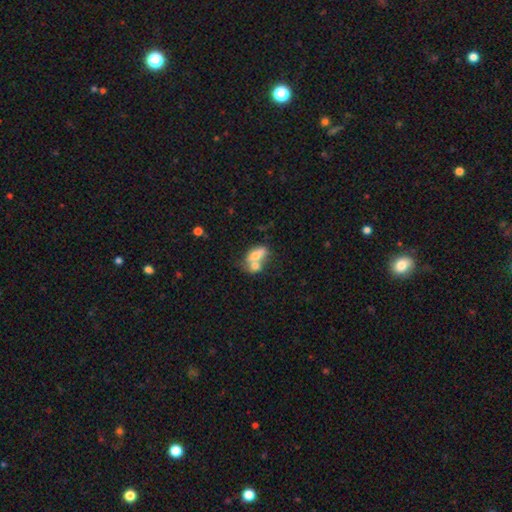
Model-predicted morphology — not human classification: The model was most divided on "smooth or featured": smooth: 67%, featured or disk: 25%, star or artifact: 8%. More confident: how rounded — in between (80%); merging — merger (67%).